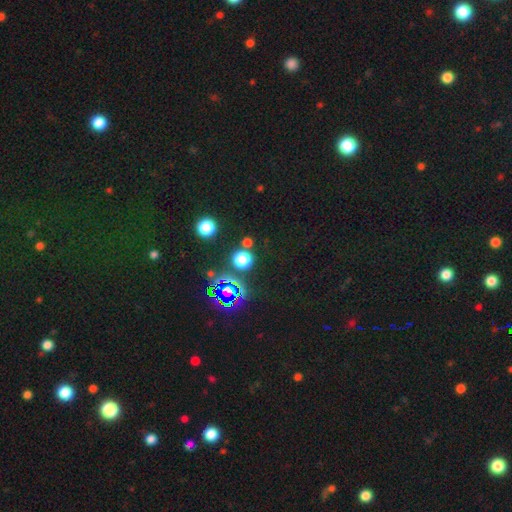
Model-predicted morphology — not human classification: Q: Smooth or featured?
A: star or artifact (77%); runner-up: smooth (15%)